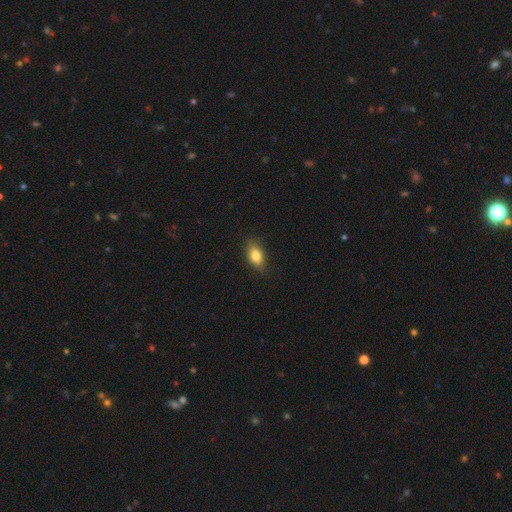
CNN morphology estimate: Smooth or featured?
  - smooth: 82% *
  - featured or disk: 9%
  - star or artifact: 9%
How rounded?
  - in between: 83% *
  - round: 13%
  - cigar-shaped: 4%
Merging?
  - none: 82% *
  - minor disturbance: 14%
  - major disturbance: 3%
  - merger: 1%